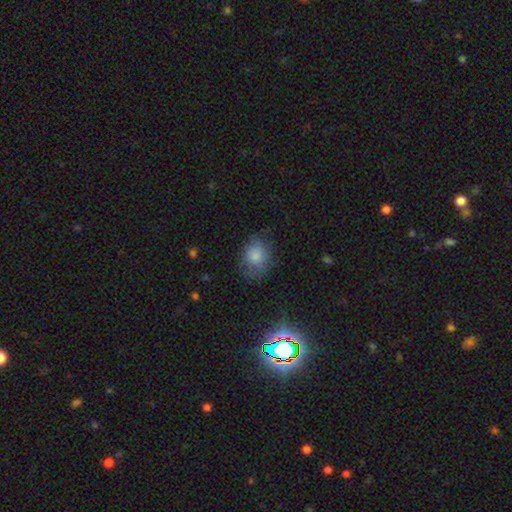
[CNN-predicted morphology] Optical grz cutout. It shows a smooth galaxy with no disk features (79%) that is round (51%). Merging: none (62%).